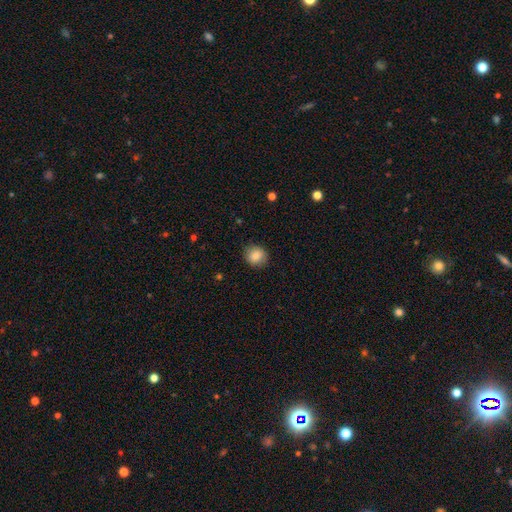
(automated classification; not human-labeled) Q: Smooth or featured?
A: smooth (83%); runner-up: star or artifact (9%)
Q: How rounded?
A: round (84%); runner-up: in between (15%)
Q: Merging?
A: none (88%); runner-up: minor disturbance (9%)